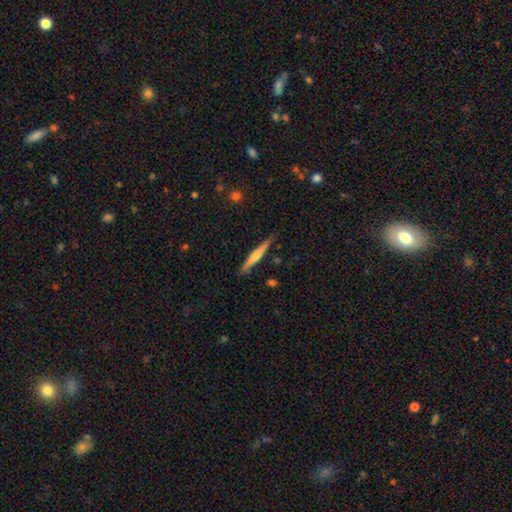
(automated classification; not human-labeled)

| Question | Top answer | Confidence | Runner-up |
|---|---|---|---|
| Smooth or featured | smooth | 52% | featured or disk (43%) |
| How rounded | cigar-shaped | 95% | in between (4%) |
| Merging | none | 85% | minor disturbance (12%) |